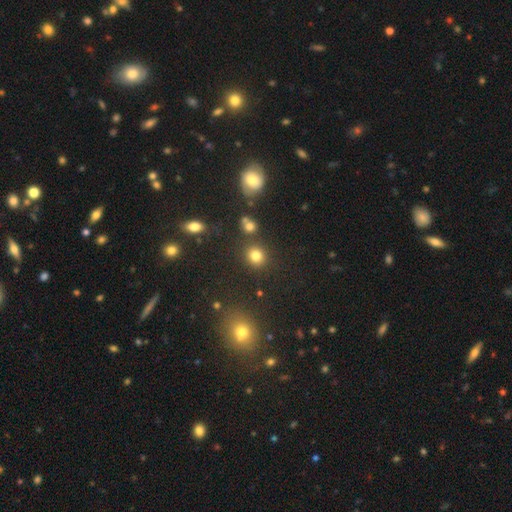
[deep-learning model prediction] Smooth or featured? Predicted: smooth (p=0.79). How rounded? Predicted: round (p=0.80). Merging? Predicted: none (p=0.82).